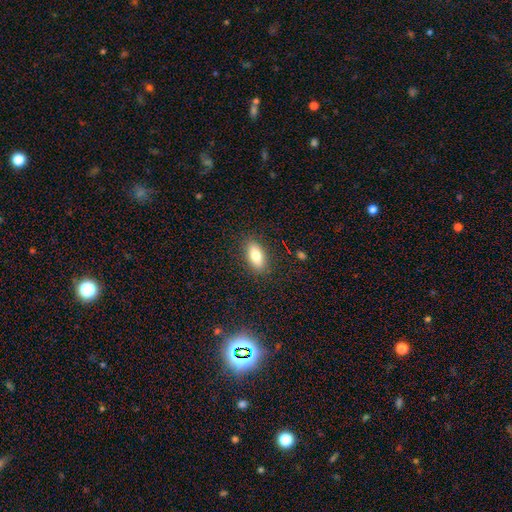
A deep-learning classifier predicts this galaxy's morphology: The model was most divided on "smooth or featured": smooth: 80%, featured or disk: 12%, star or artifact: 8%. More confident: merging — none (87%); how rounded — in between (87%).